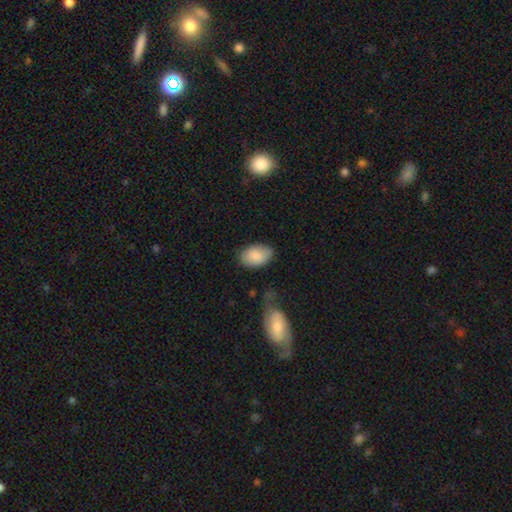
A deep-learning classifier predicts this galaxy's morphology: This is clearly a smooth galaxy (87%). How rounded: clearly in between (91%). Merging: likely none (71%).